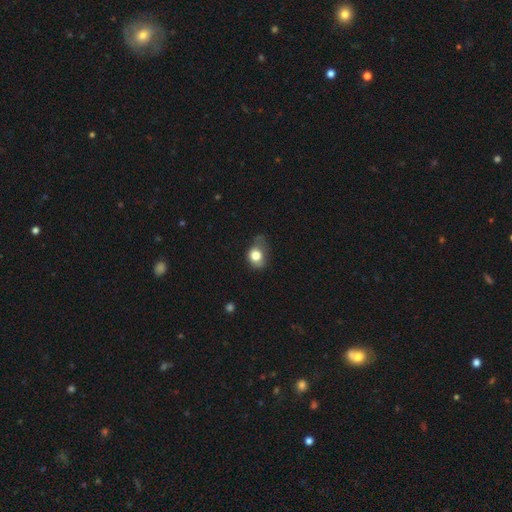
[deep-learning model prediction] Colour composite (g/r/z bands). It shows a smooth galaxy with no disk features (77%) that is in between round and cigar-shaped (52%). Merging: minor disturbance (38%).